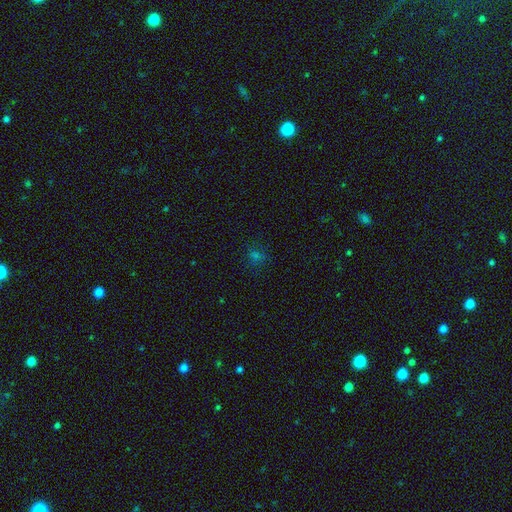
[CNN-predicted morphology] Q: Smooth or featured?
A: smooth (53%); runner-up: star or artifact (39%)
Q: How rounded?
A: round (75%); runner-up: in between (24%)
Q: Merging?
A: none (79%); runner-up: minor disturbance (13%)